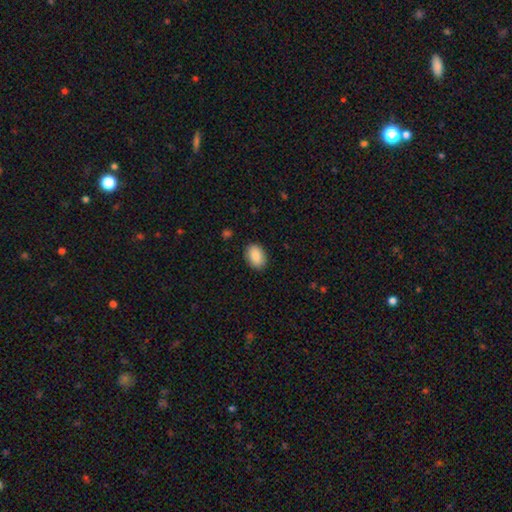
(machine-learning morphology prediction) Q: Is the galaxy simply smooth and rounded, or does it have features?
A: smooth — 89%.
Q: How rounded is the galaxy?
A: in between — 84%.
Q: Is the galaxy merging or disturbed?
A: none — 88%.